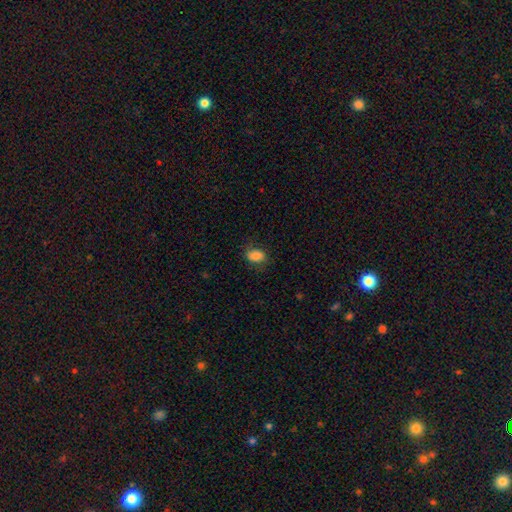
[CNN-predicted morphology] Smooth or featured? Predicted: smooth (p=0.82). How rounded? Predicted: in between (p=0.79). Merging? Predicted: none (p=0.69).